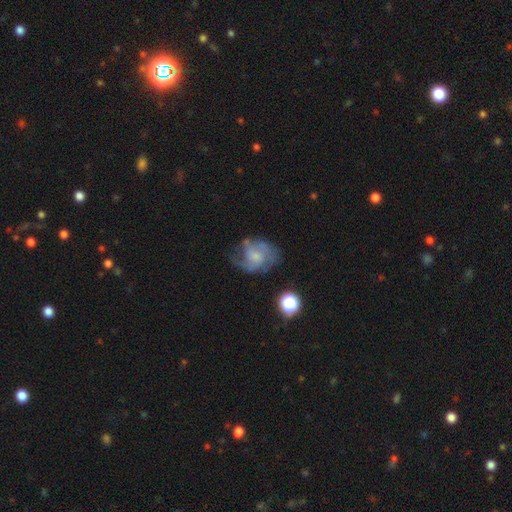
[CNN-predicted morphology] smooth_or_featured: featured or disk (p=0.62) [alt: smooth p=0.29]
disk_edge_on: no (p=0.98) [alt: yes p=0.02]
bar: no (p=0.74) [alt: weak p=0.23]
has_spiral_arms: yes (p=0.77) [alt: no p=0.23]
bulge_size: small (p=0.53) [alt: moderate p=0.26]
merging: none (p=0.46) [alt: minor disturbance p=0.26]